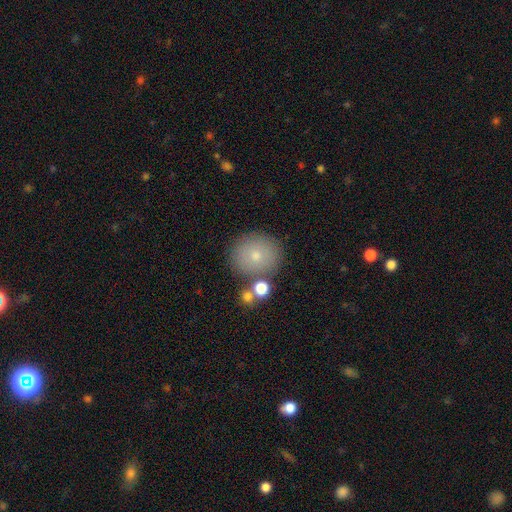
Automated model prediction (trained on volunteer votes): This is likely a smooth galaxy (76%). How rounded: clearly round (85%). Merging: likely none (77%).